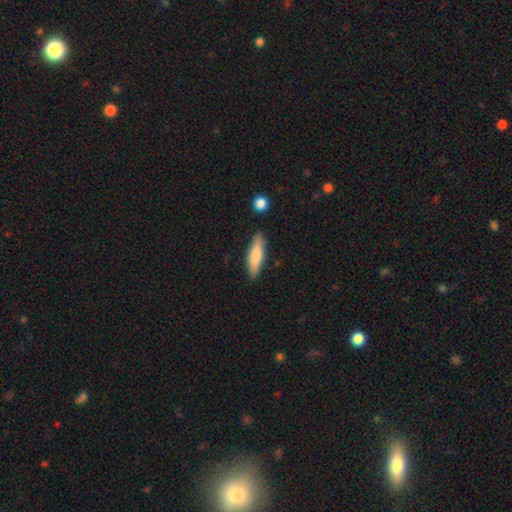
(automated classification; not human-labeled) smooth_or_featured: smooth (p=0.74) [alt: featured or disk p=0.20]
how_rounded: cigar-shaped (p=0.66) [alt: in between p=0.33]
merging: none (p=0.85) [alt: minor disturbance p=0.10]